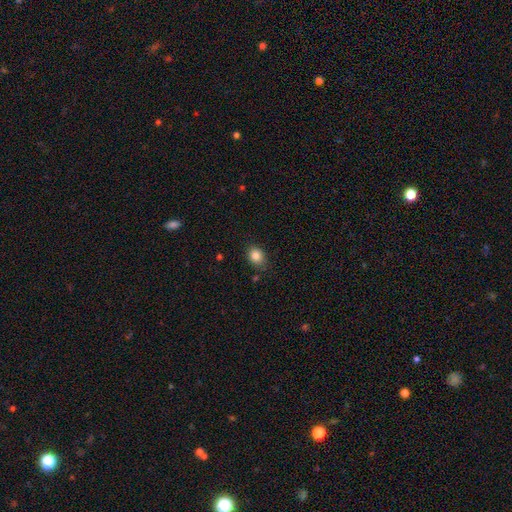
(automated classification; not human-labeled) Smooth or featured?
  - smooth: 85% *
  - star or artifact: 10%
  - featured or disk: 5%
How rounded?
  - in between: 52% *
  - round: 47%
  - cigar-shaped: 1%
Merging?
  - none: 82% *
  - minor disturbance: 13%
  - major disturbance: 3%
  - merger: 2%